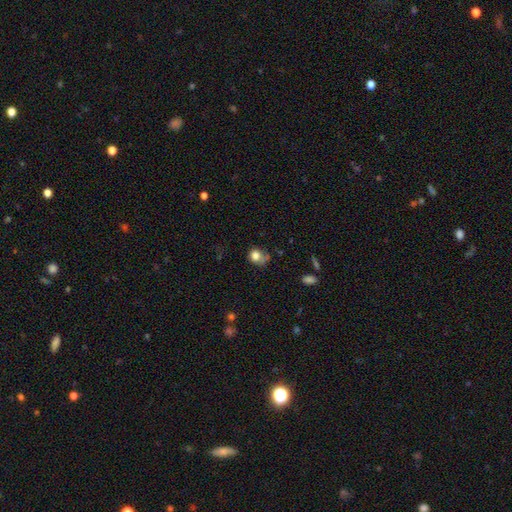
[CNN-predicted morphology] Smooth or featured?
  - smooth: 79% *
  - star or artifact: 11%
  - featured or disk: 10%
How rounded?
  - round: 71% *
  - in between: 28%
  - cigar-shaped: 1%
Merging?
  - none: 47% *
  - minor disturbance: 27%
  - major disturbance: 15%
  - merger: 11%